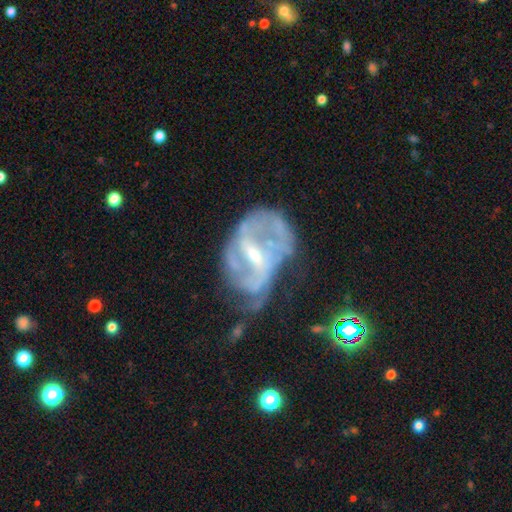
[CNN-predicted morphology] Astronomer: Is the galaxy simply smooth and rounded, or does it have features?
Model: featured or disk — 81%.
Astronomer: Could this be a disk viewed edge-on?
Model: no — 97%.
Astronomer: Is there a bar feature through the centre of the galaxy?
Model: weak — 49% (runner-up: strong, 30%).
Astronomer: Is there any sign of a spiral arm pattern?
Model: yes — 72%.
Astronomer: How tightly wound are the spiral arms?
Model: medium — 40% (runner-up: loose, 30%).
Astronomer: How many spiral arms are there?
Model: can't tell — 38% (runner-up: 2, 36%).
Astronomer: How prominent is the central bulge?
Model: small — 56% (runner-up: moderate, 34%).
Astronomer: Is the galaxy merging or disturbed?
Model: major disturbance — 39% (runner-up: none, 29%).